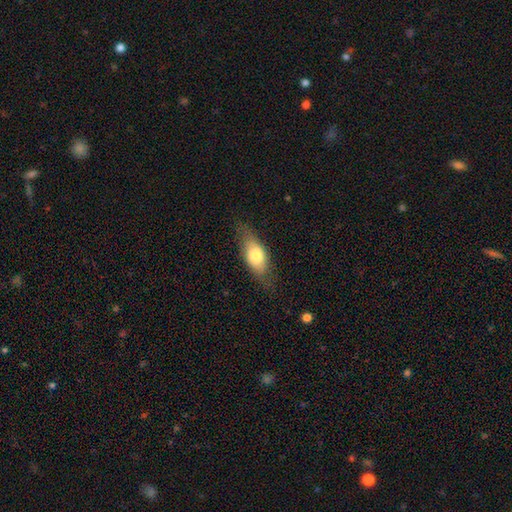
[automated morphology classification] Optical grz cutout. It shows a smooth galaxy with no disk features (69%) that is in between round and cigar-shaped (80%). Merging: none (73%).